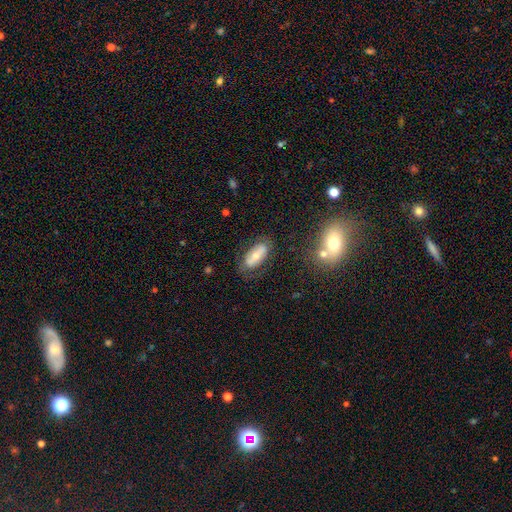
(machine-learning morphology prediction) smooth 49%, featured or disk 43%, star or artifact 8%. Down the decision tree: merging — none (73%).